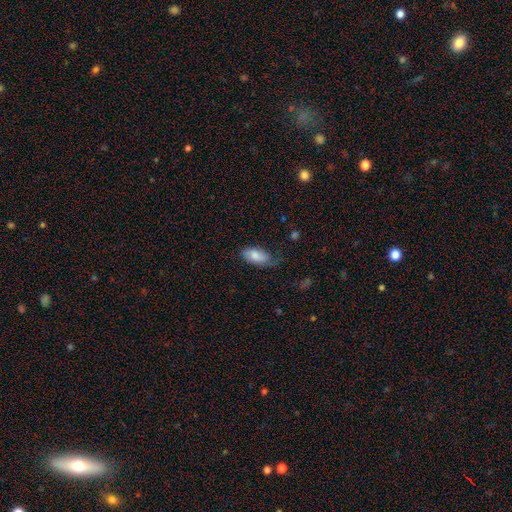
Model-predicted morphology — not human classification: This appears to be a smooth galaxy with no disk features (79%) that is in between round and cigar-shaped (93%). Merging: none (46%).